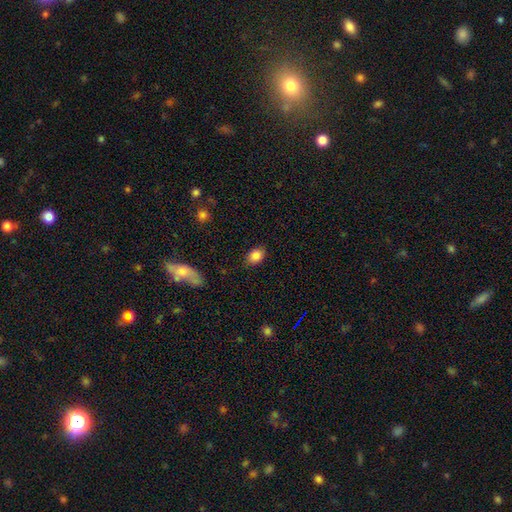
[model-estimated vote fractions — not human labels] Smooth or featured: smooth — 85% (star or artifact — 9%)
How rounded: in between — 73% (round — 26%)
Merging: none — 82% (minor disturbance — 13%)